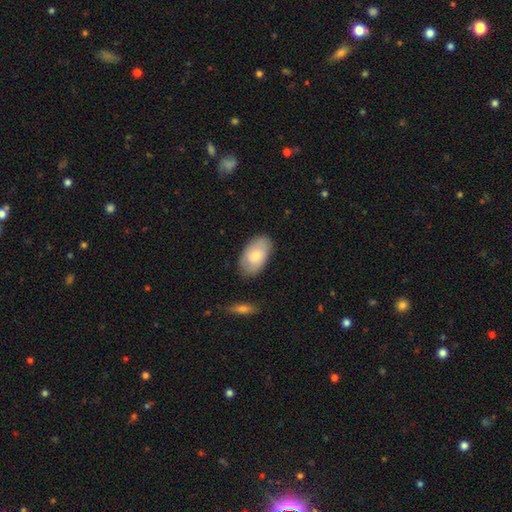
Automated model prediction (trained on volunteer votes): Q: Smooth or featured?
A: smooth (71%); runner-up: featured or disk (23%)
Q: How rounded?
A: in between (93%); runner-up: round (5%)
Q: Merging?
A: none (78%); runner-up: minor disturbance (16%)